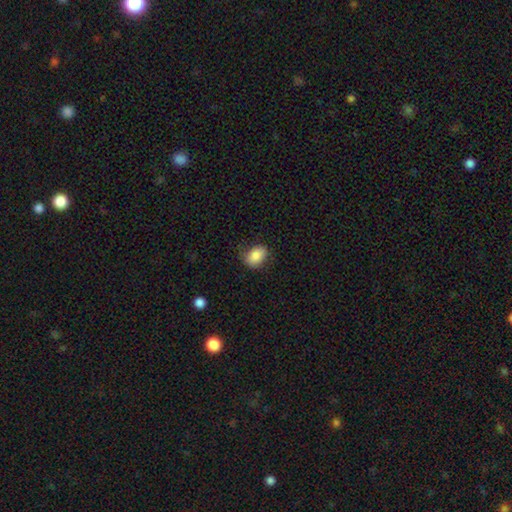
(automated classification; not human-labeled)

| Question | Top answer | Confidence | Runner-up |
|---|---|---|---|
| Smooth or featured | smooth | 84% | star or artifact (8%) |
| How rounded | in between | 74% | round (24%) |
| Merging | none | 74% | minor disturbance (19%) |